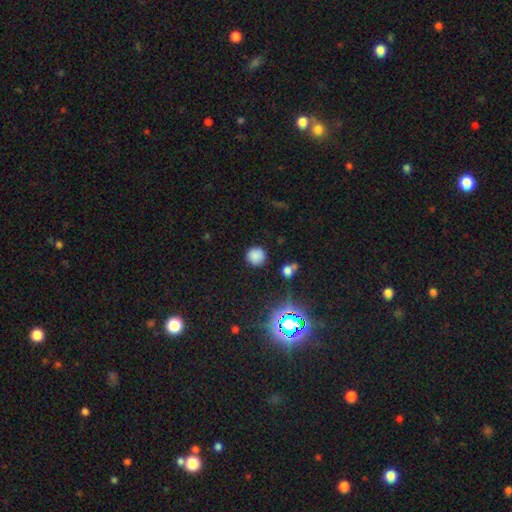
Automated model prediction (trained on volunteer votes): The model was most divided on "smooth or featured": smooth: 78%, star or artifact: 16%, featured or disk: 6%. More confident: how rounded — round (92%); merging — none (86%).